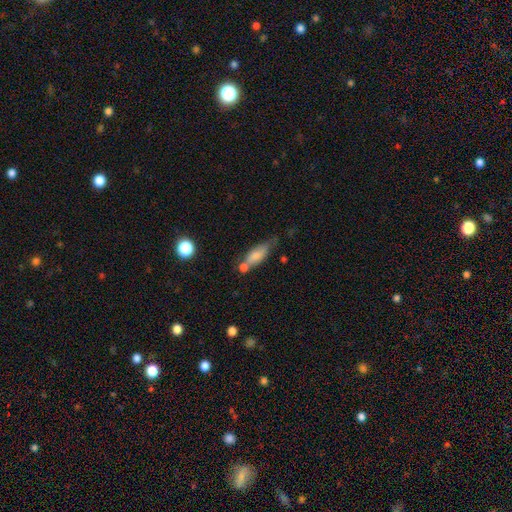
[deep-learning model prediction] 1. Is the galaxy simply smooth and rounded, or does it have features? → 72% smooth, 20% featured or disk, 8% star or artifact.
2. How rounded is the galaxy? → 64% in between, 32% cigar-shaped, 3% round.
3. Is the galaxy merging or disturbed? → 41% none, 26% merger, 23% minor disturbance, 9% major disturbance.